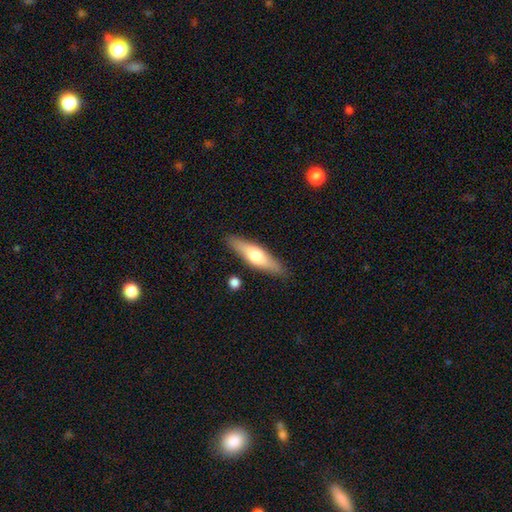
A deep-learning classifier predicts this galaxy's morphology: type=smooth (53%); roundness=cigar-shaped (69%); merging=none (87%).